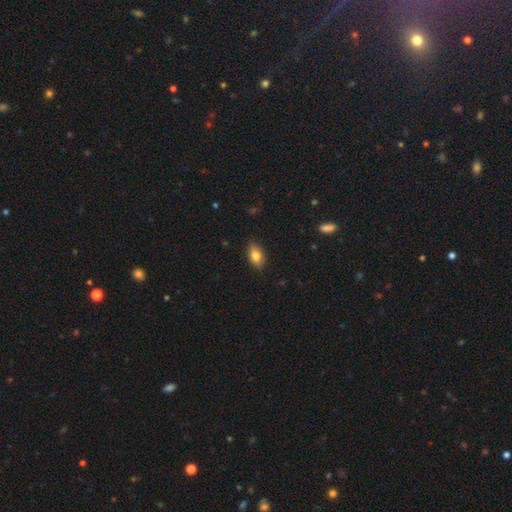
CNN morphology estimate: Smooth or featured? smooth (77%)
How rounded? in between (87%)
Merging? none (86%)